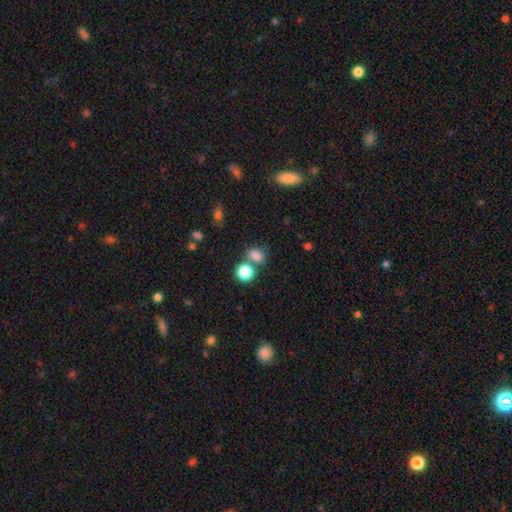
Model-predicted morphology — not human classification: Overall: smooth (80%). How rounded: round (52%; in between 47%). Merging: none (55%; merger 28%).